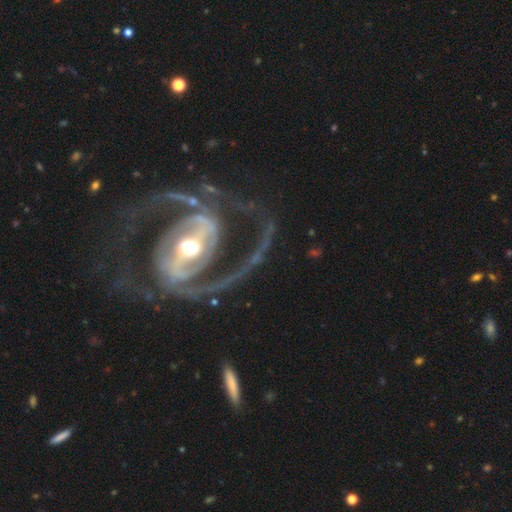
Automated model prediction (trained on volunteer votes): This is clearly a featured or disk galaxy (92%). It is clearly not viewed edge-on (97%). Bar: possibly strong (57%). Spiral arm pattern: clearly yes (96%). Spiral arm count: clearly 2 (91%). Spiral winding: possibly medium (56%). Central bulge: likely moderate (61%). Merging: likely none (68%).